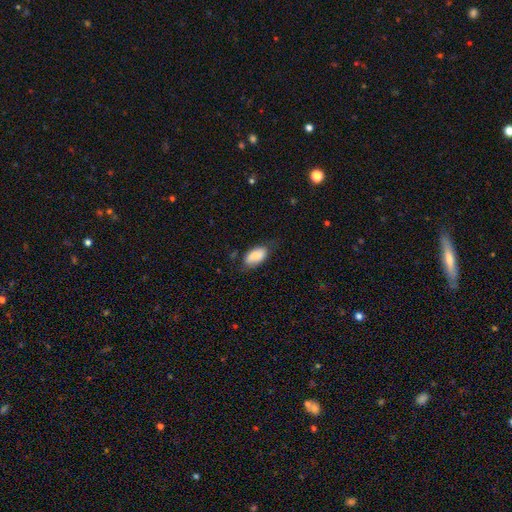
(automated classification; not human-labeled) Morphology: type=smooth (81%); roundness=in between (93%); merging=none (61%).